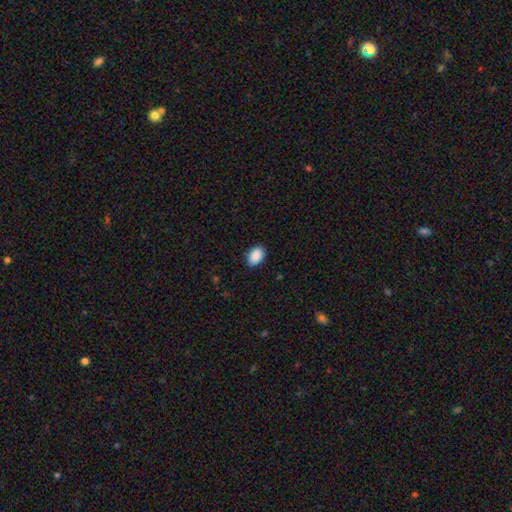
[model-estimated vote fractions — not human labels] smooth_or_featured: smooth (p=0.91) [alt: star or artifact p=0.07]
how_rounded: in between (p=0.87) [alt: round p=0.12]
merging: none (p=0.87) [alt: minor disturbance p=0.10]